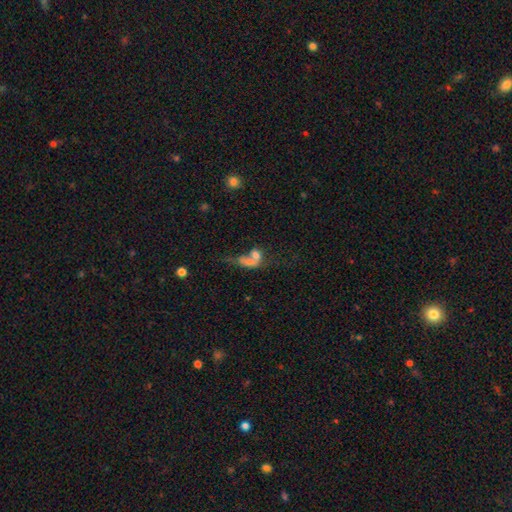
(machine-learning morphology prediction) Smooth or featured: smooth — 58% (featured or disk — 28%)
How rounded: in between — 65% (round — 28%)
Merging: merger — 59% (major disturbance — 17%)